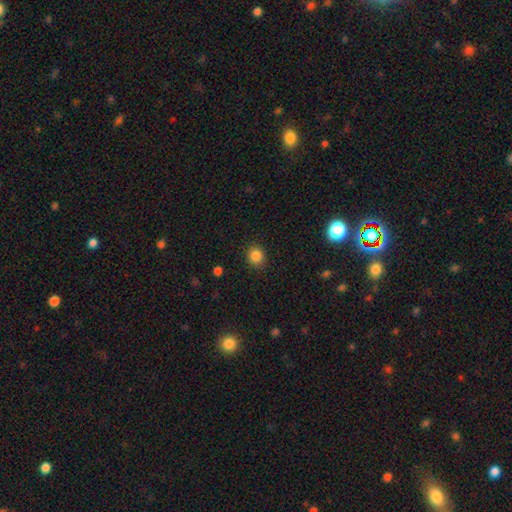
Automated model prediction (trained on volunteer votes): Smooth or featured? Predicted: smooth (p=0.85). How rounded? Predicted: round (p=0.80). Merging? Predicted: none (p=0.89).